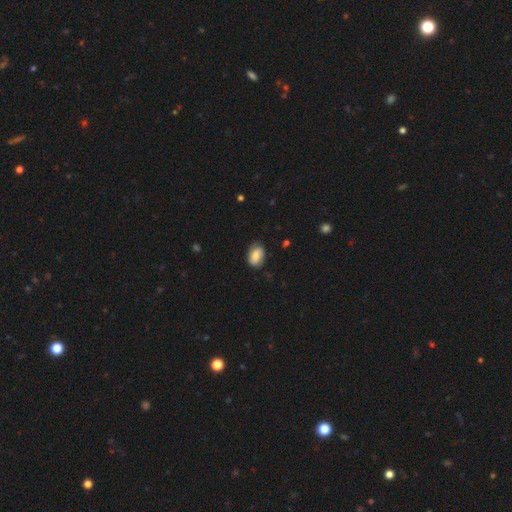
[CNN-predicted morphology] Smooth or featured? Predicted: smooth (p=0.77). How rounded? Predicted: in between (p=0.84). Merging? Predicted: none (p=0.72).